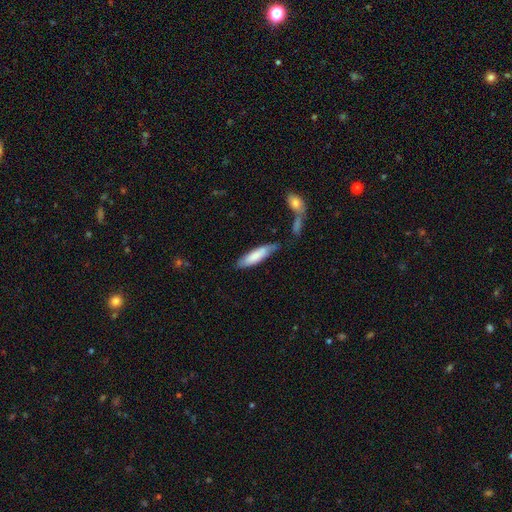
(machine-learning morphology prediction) The model was most divided on "how rounded": cigar-shaped: 64%, in between: 34%, round: 1%. More confident: smooth or featured — smooth (78%); merging — none (64%).